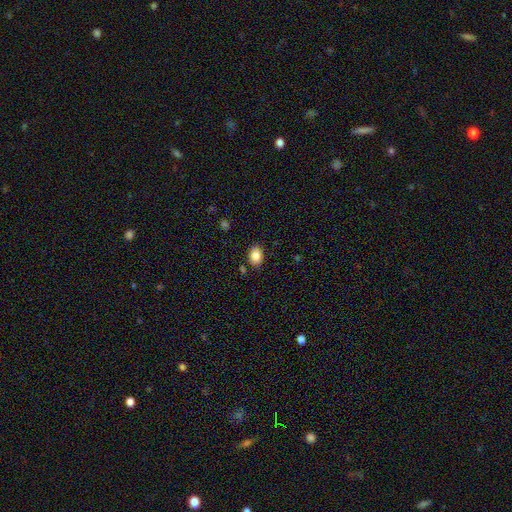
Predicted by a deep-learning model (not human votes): Smooth or featured? Predicted: smooth (p=0.84). How rounded? Predicted: in between (p=0.77). Merging? Predicted: none (p=0.84).